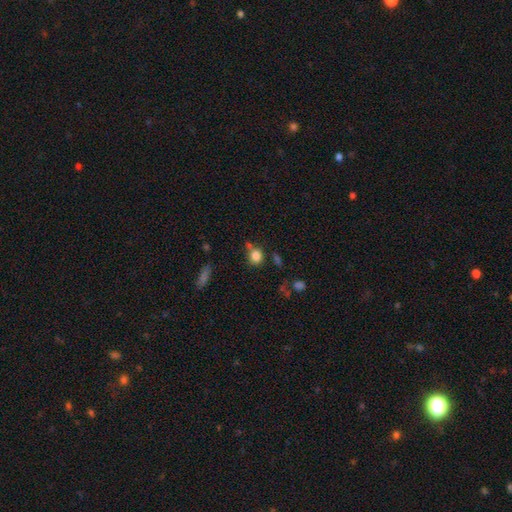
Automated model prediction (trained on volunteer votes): Smooth or featured? smooth (81%)
How rounded? round (72%)
Merging? none (61%)